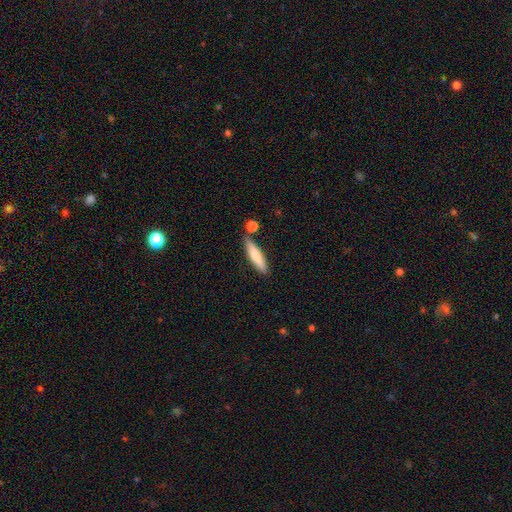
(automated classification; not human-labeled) smooth 72%, featured or disk 22%, star or artifact 6%. Down the decision tree: how rounded — cigar-shaped (81%); merging — none (74%).